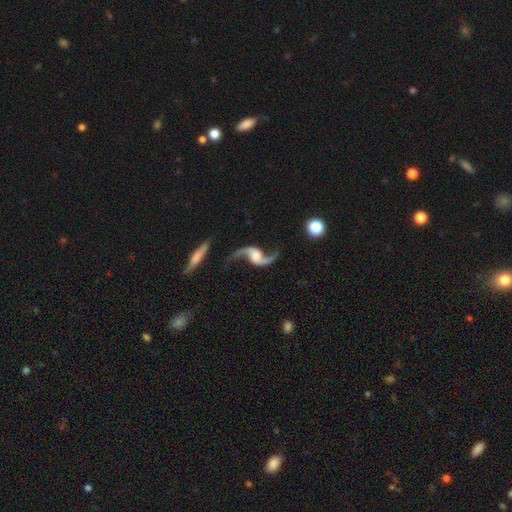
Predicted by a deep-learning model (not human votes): Smooth or featured: featured or disk — 92% (star or artifact — 4%)
Edge-on disk: no — 96% (yes — 4%)
Bar: no — 54% (weak — 35%)
Spiral arms: yes — 98% (no — 2%)
Spiral winding: loose — 89% (medium — 9%)
Spiral arm count: 2 — 95% (1 — 1%)
Bulge size: large — 29% (none — 27%)
Merging: none — 76% (minor disturbance — 13%)